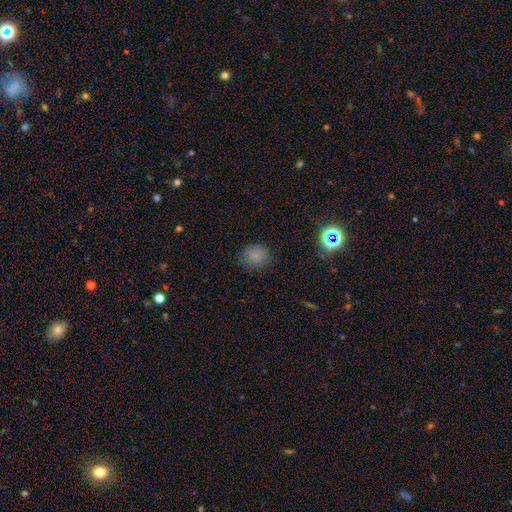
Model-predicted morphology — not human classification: Smooth or featured? Predicted: smooth (p=0.79). How rounded? Predicted: round (p=0.73). Merging? Predicted: none (p=0.81).